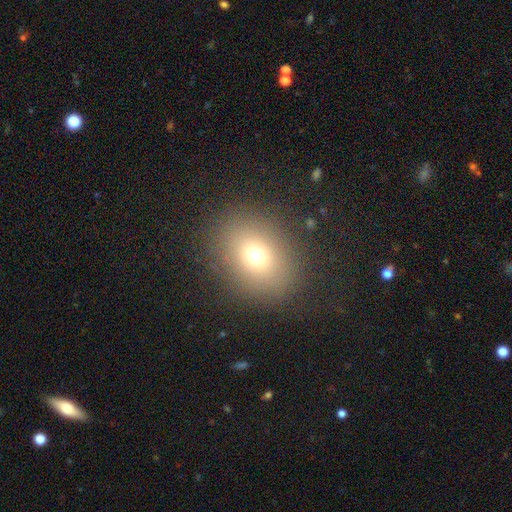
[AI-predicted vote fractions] A smooth galaxy with no disk features (70%) that is round (55%). Merging: none (85%).